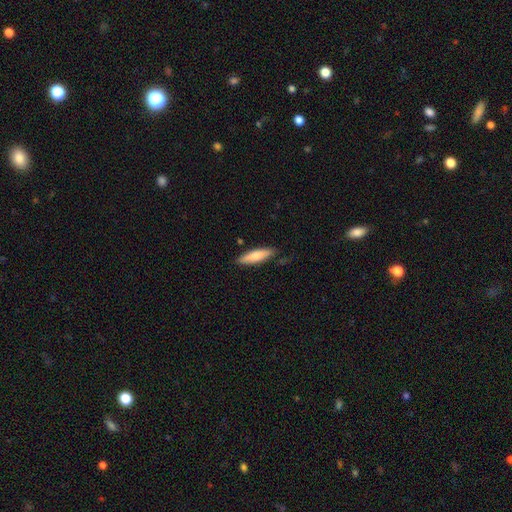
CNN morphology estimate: smooth_or_featured: smooth (p=0.74) [alt: featured or disk p=0.20]
how_rounded: cigar-shaped (p=0.71) [alt: in between p=0.28]
merging: none (p=0.82) [alt: minor disturbance p=0.14]